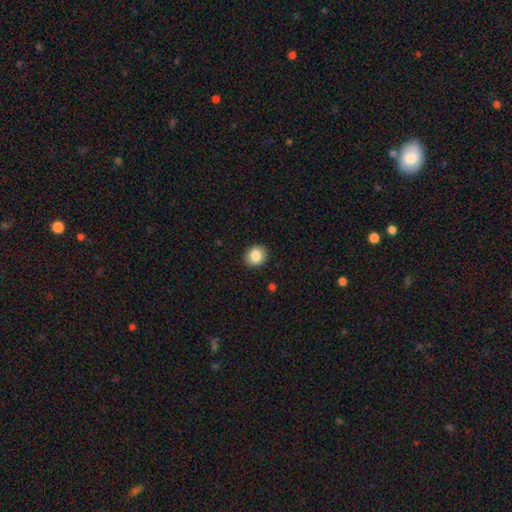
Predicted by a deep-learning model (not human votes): Morphology: type=smooth (86%); roundness=round (70%); merging=none (91%).